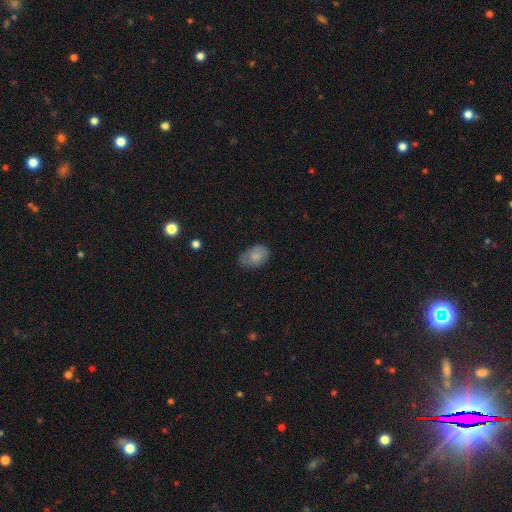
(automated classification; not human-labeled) Overall: smooth (76%). How rounded: in between (89%). Merging: none (63%; minor disturbance 28%).